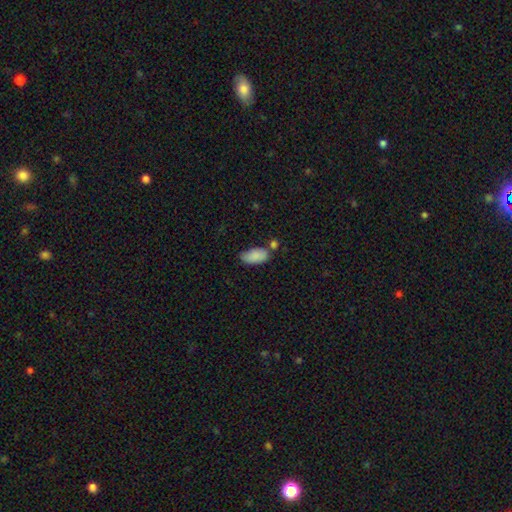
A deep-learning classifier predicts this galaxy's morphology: The model was most divided on "merging": none: 55%, minor disturbance: 24%, merger: 15%, major disturbance: 6%. More confident: how rounded — in between (93%); smooth or featured — smooth (86%).